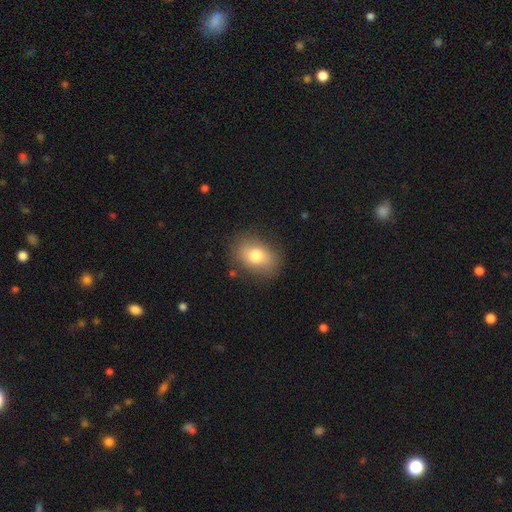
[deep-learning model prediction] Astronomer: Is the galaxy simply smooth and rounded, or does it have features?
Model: smooth — 77%.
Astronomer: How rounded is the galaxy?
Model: in between — 76%.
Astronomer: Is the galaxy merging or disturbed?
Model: none — 81%.